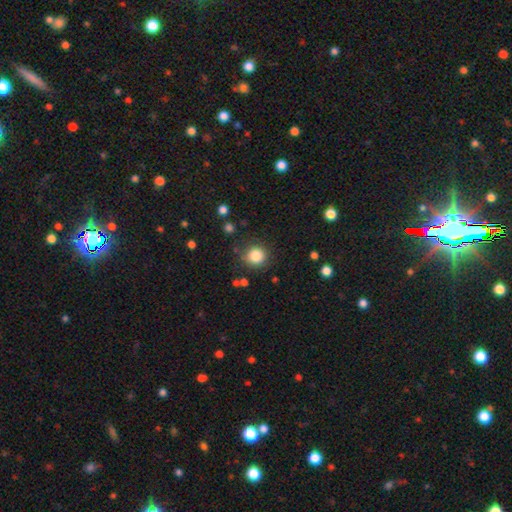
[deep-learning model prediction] Smooth or featured? Predicted: smooth (p=0.84). How rounded? Predicted: round (p=0.93). Merging? Predicted: none (p=0.85).